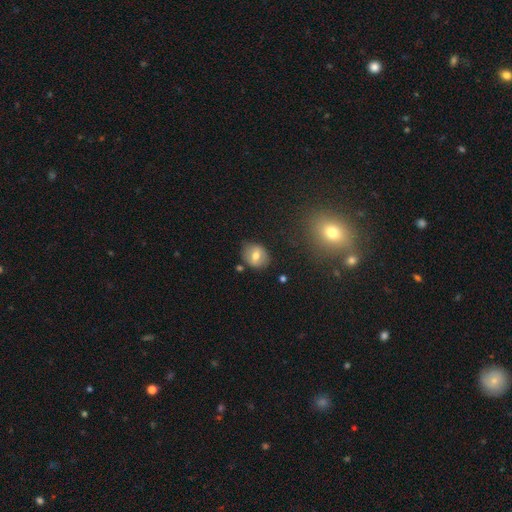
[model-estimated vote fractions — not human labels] smooth 62%, featured or disk 28%, star or artifact 10%. Down the decision tree: how rounded — round (65%); merging — none (77%).